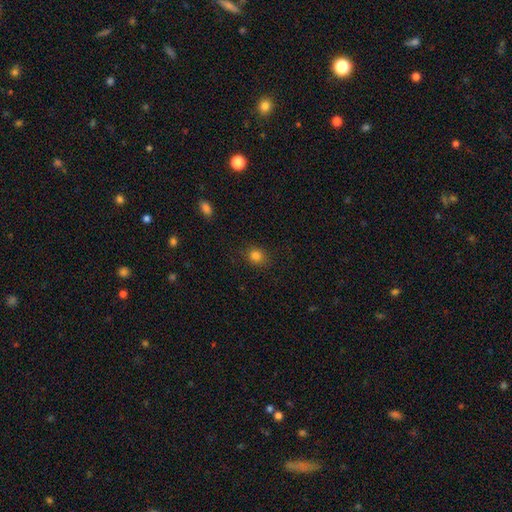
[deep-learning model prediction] Smooth or featured? Predicted: smooth (p=0.83). How rounded? Predicted: round (p=0.74). Merging? Predicted: none (p=0.87).